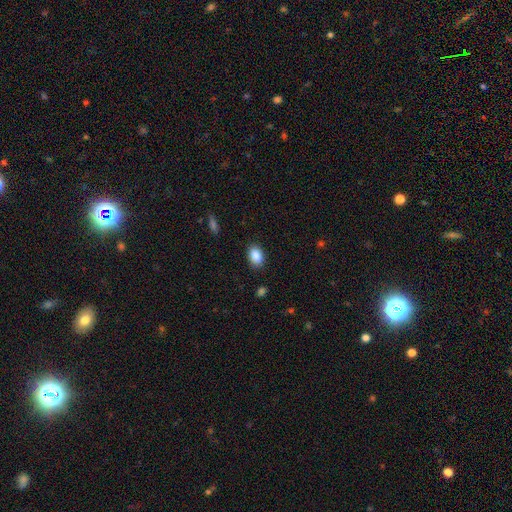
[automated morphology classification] A smooth galaxy with no disk features (88%) that is in between round and cigar-shaped (83%). Merging: none (87%).